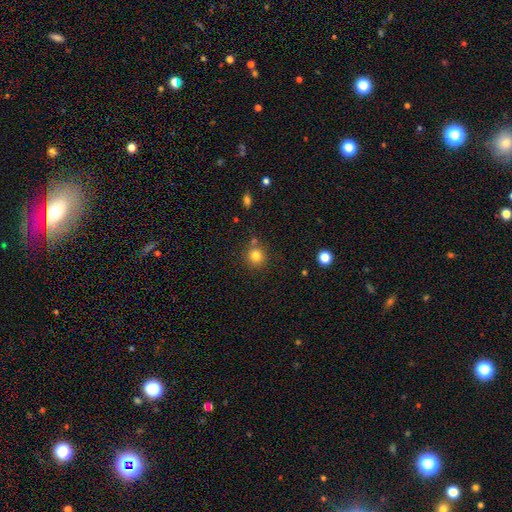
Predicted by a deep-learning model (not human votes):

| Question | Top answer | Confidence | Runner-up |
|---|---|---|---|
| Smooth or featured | smooth | 82% | star or artifact (12%) |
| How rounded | round | 91% | in between (8%) |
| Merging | none | 75% | merger (12%) |